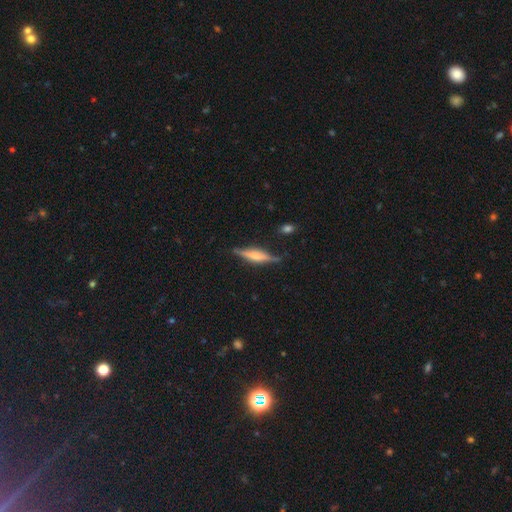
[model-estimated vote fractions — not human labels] smooth_or_featured: featured or disk (p=0.62) [alt: smooth p=0.31]
disk_edge_on: yes (p=0.96) [alt: no p=0.04]
edge_on_bulge: rounded (p=0.51) [alt: boxy p=0.37]
merging: none (p=0.81) [alt: minor disturbance p=0.14]